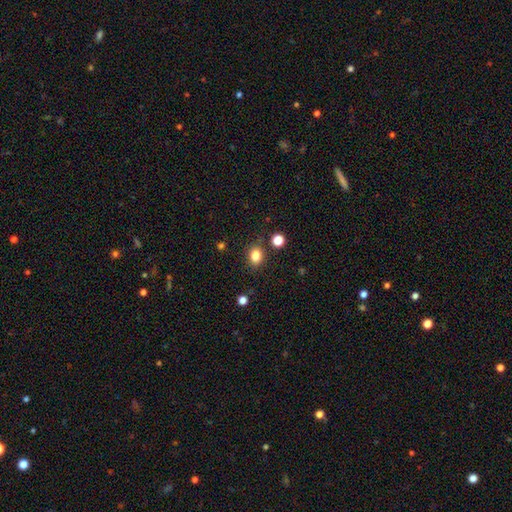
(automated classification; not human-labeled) Smooth or featured: smooth — 82% (star or artifact — 12%)
How rounded: round — 52% (in between — 47%)
Merging: none — 83% (minor disturbance — 10%)